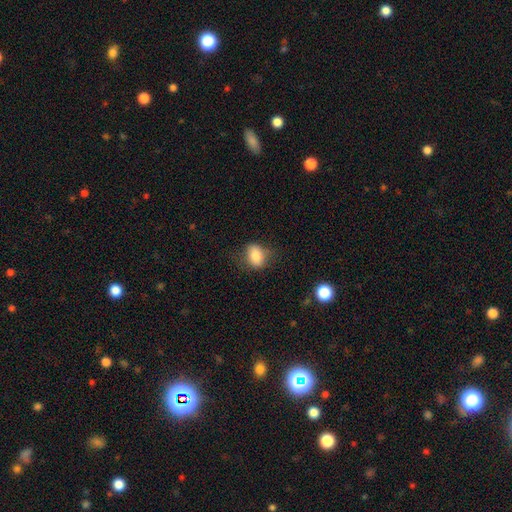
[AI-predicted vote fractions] This is likely a smooth galaxy (80%). How rounded: possibly in between (59%). Merging: likely none (67%).